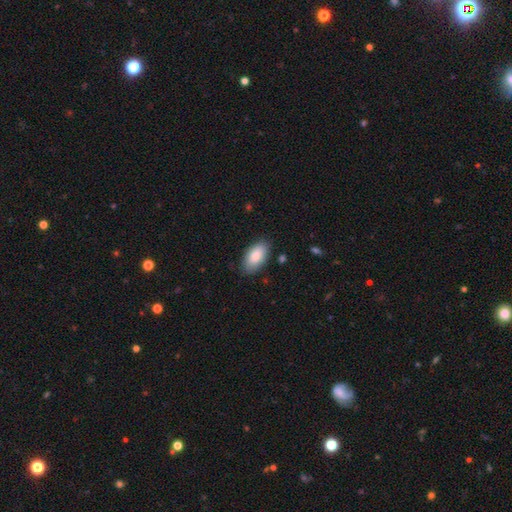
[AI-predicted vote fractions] The model was most divided on "merging": none: 83%, minor disturbance: 13%, major disturbance: 3%, merger: 1%. More confident: how rounded — in between (94%); smooth or featured — smooth (86%).